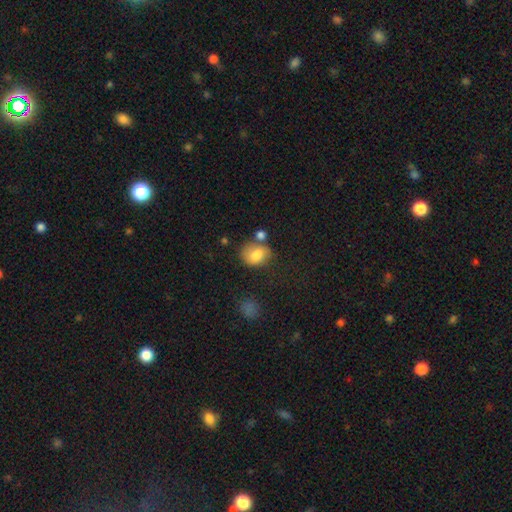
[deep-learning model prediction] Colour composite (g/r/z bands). It shows a smooth galaxy with no disk features (78%) that is in between round and cigar-shaped (57%). Merging: none (53%).